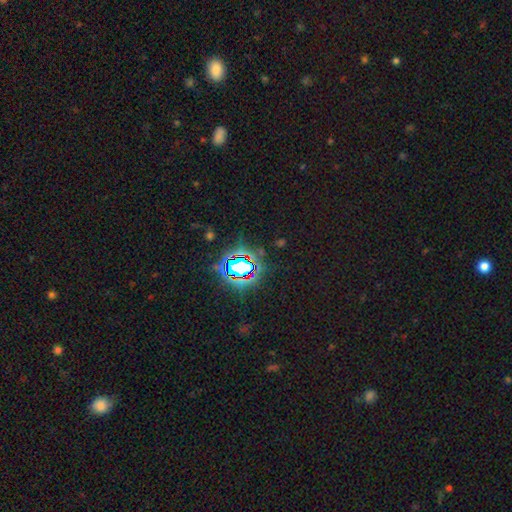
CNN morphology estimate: smooth_or_featured: star or artifact (p=0.80) [alt: smooth p=0.12]